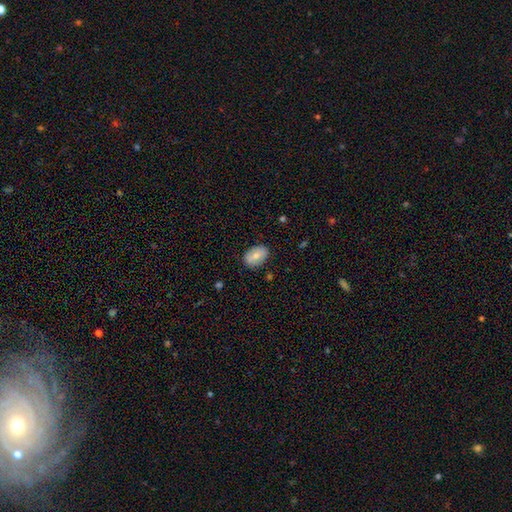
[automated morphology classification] smooth-or-featured: smooth: 74% | featured or disk: 19% | star or artifact: 7%
  how-rounded: in between: 85% | round: 14% | cigar-shaped: 1%
  merging: none: 83% | minor disturbance: 13% | major disturbance: 3% | merger: 1%